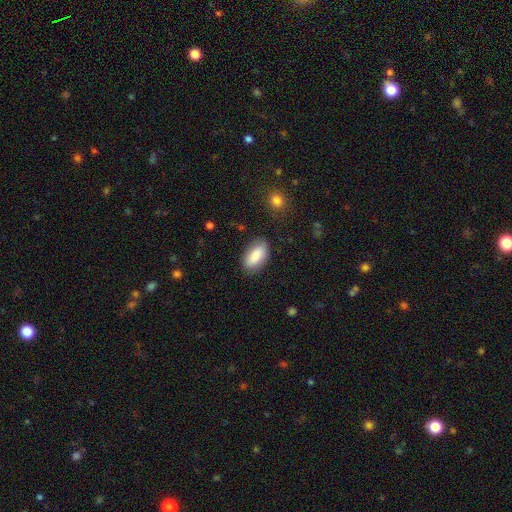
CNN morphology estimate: A smooth galaxy with no disk features (85%) that is in between round and cigar-shaped (92%).

Vote fractions:
- Smooth or featured? smooth: 85% / featured or disk: 9% / star or artifact: 6%
- How rounded? in between: 92% / cigar-shaped: 5% / round: 3%
- Merging? none: 83% / minor disturbance: 13% / major disturbance: 3% / merger: 1%